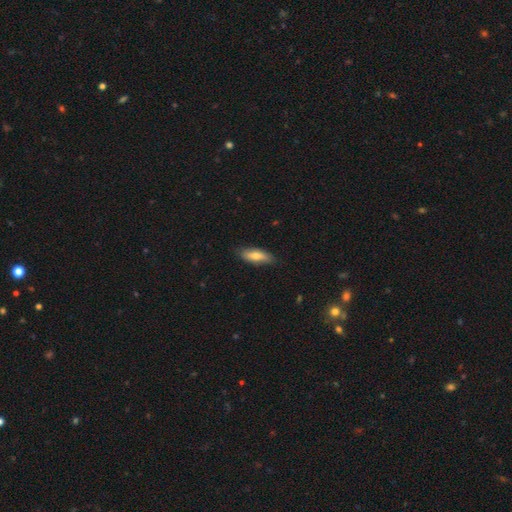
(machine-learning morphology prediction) Smooth or featured?
  - smooth: 69% *
  - featured or disk: 24%
  - star or artifact: 6%
How rounded?
  - in between: 58% *
  - cigar-shaped: 39%
  - round: 2%
Merging?
  - none: 82% *
  - minor disturbance: 15%
  - major disturbance: 2%
  - merger: 1%